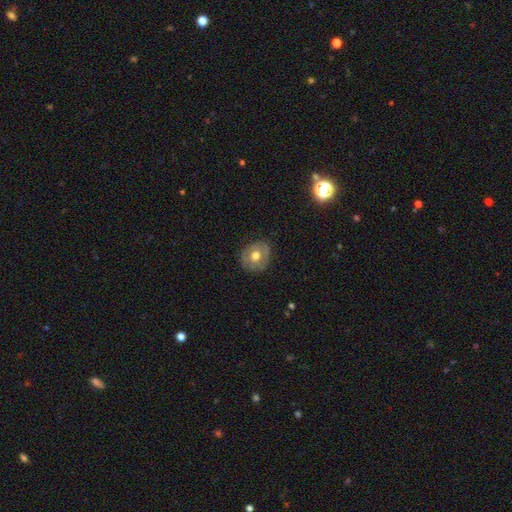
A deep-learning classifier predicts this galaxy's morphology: This appears to be a smooth galaxy with no disk features (55%) that is round (80%). Merging: none (81%).